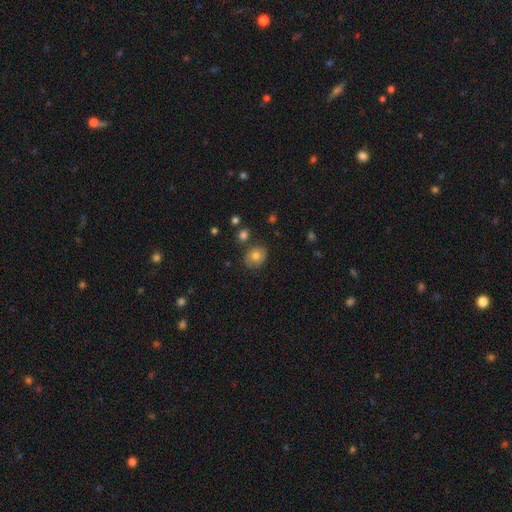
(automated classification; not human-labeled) Smooth or featured?
  - smooth: 68% *
  - featured or disk: 22%
  - star or artifact: 10%
How rounded?
  - round: 58% *
  - in between: 41%
  - cigar-shaped: 1%
Merging?
  - none: 77% *
  - minor disturbance: 15%
  - major disturbance: 4%
  - merger: 4%